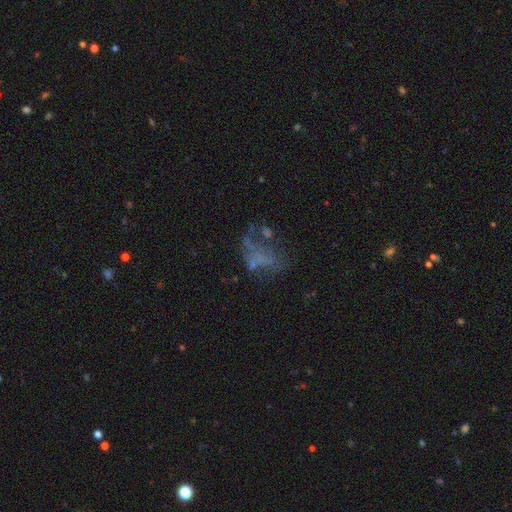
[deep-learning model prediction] Smooth or featured?
  - featured or disk: 48% *
  - star or artifact: 27%
  - smooth: 25%
Merging?
  - major disturbance: 37% *
  - none: 36%
  - minor disturbance: 16%
  - merger: 11%